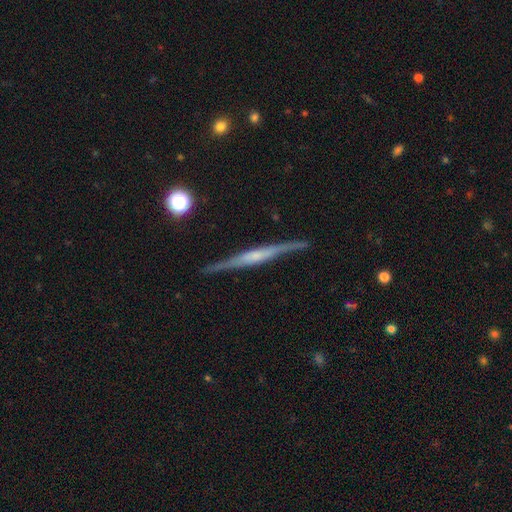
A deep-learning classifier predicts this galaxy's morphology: Smooth or featured? featured or disk (77%)
Edge-on disk? yes (97%)
Edge-on bulge? rounded (42%)
Merging? none (85%)